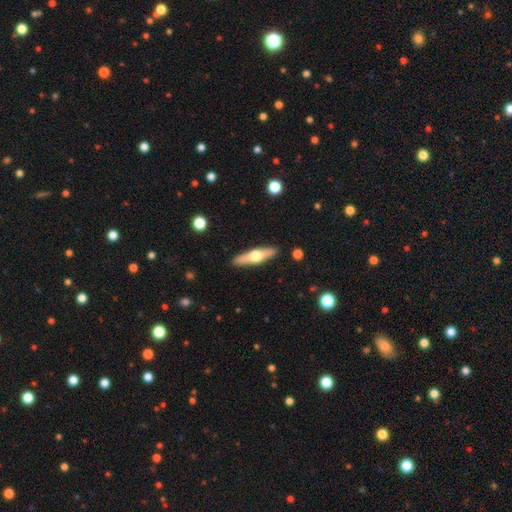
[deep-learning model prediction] Morphology: type=featured or disk (53%); edge-on=yes (91%); merging=none (90%).